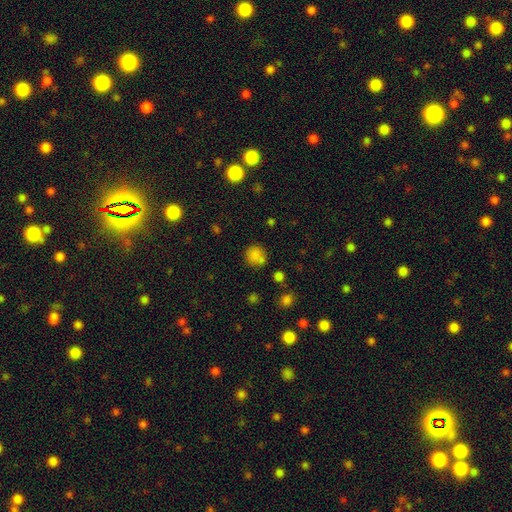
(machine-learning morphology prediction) smooth_or_featured: smooth (p=0.80) [alt: star or artifact p=0.14]
how_rounded: round (p=0.87) [alt: in between p=0.12]
merging: none (p=0.67) [alt: merger p=0.16]